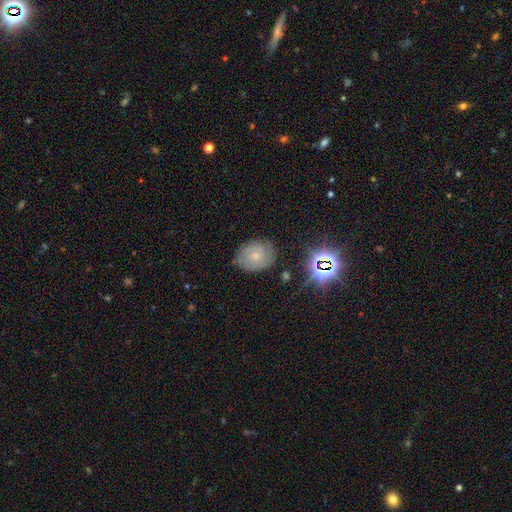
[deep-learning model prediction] The model was most divided on "smooth or featured": smooth: 46%, featured or disk: 38%, star or artifact: 17%. More confident: merging — none (76%).